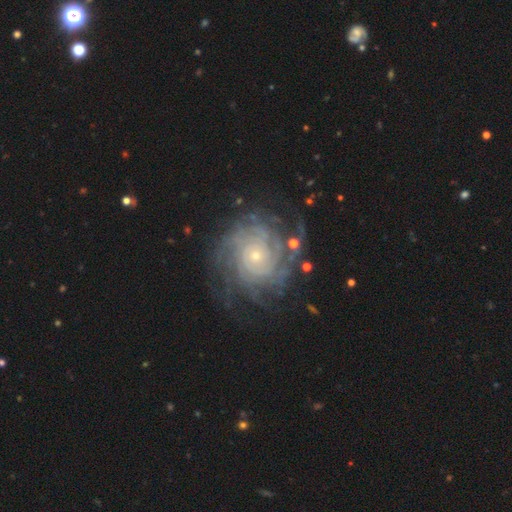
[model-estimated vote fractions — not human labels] Smooth or featured: featured or disk — 88% (star or artifact — 6%)
Edge-on disk: no — 97% (yes — 3%)
Bar: no — 81% (weak — 14%)
Spiral arms: yes — 97% (no — 3%)
Spiral winding: tight — 77% (medium — 19%)
Spiral arm count: can't tell — 28% (more than 4 — 24%)
Bulge size: small — 77% (moderate — 19%)
Merging: none — 75% (minor disturbance — 14%)